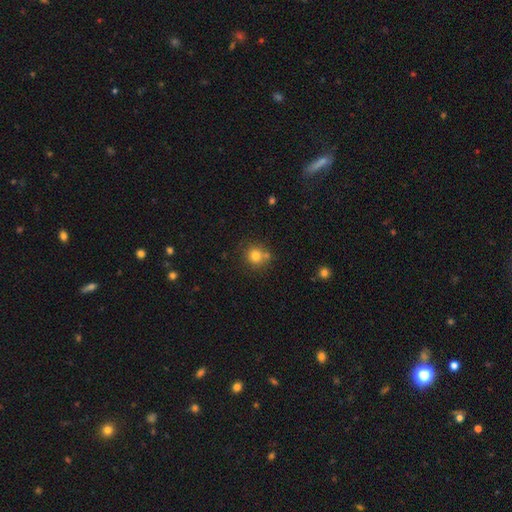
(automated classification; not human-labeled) Smooth or featured? Predicted: smooth (p=0.79). How rounded? Predicted: round (p=0.89). Merging? Predicted: none (p=0.67).